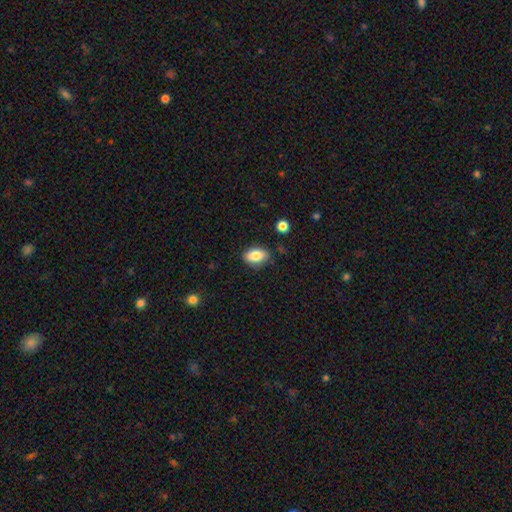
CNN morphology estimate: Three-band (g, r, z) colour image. It shows a smooth galaxy with no disk features (83%) that is in between round and cigar-shaped (87%). Merging: none (80%).